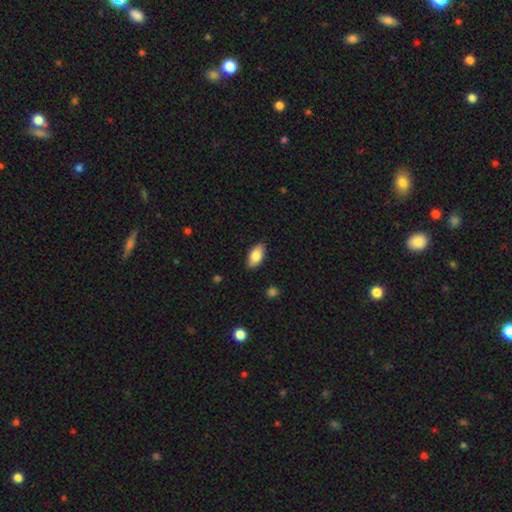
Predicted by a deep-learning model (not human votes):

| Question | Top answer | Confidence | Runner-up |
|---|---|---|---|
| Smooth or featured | smooth | 85% | featured or disk (9%) |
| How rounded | in between | 93% | cigar-shaped (4%) |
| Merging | none | 87% | minor disturbance (10%) |